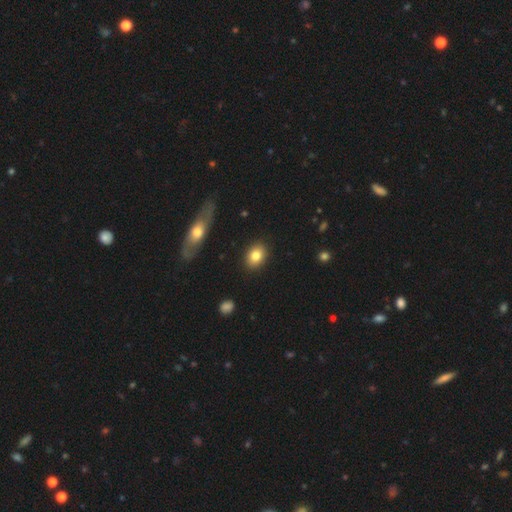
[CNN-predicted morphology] A smooth galaxy with no disk features (83%) that is in between round and cigar-shaped (64%). Merging: none (89%).